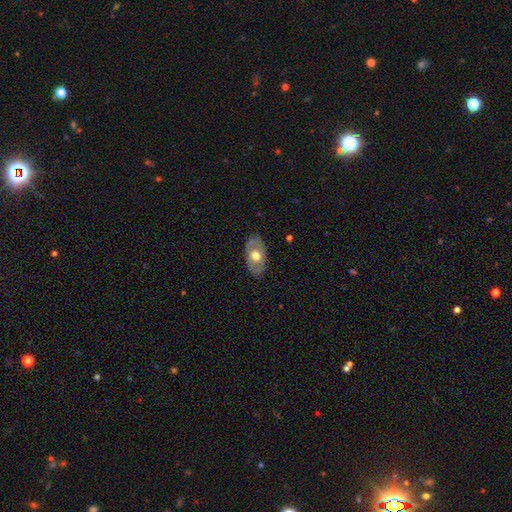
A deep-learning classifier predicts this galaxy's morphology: Smooth or featured? Predicted: featured or disk (p=0.52). Edge-on disk? Predicted: no (p=0.86). Merging? Predicted: none (p=0.82).